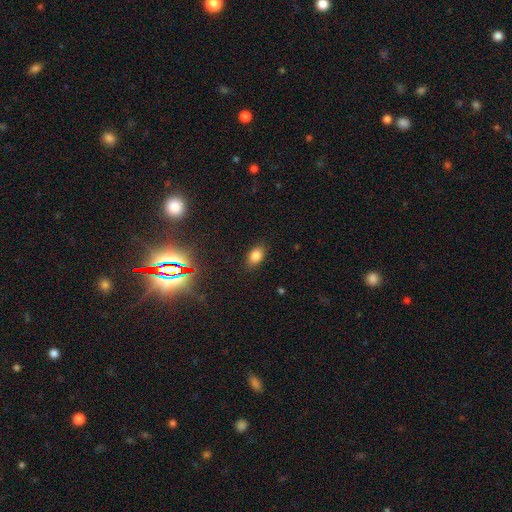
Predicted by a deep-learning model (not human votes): Q: Smooth or featured?
A: smooth (79%); runner-up: star or artifact (13%)
Q: How rounded?
A: in between (85%); runner-up: round (13%)
Q: Merging?
A: none (84%); runner-up: minor disturbance (11%)